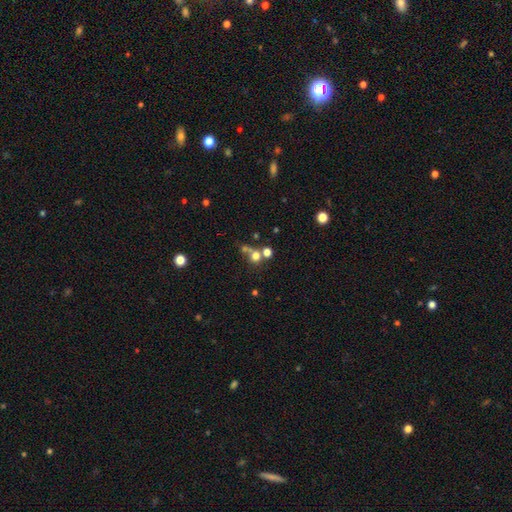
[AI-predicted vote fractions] A smooth galaxy with no disk features (66%) that is round (86%). Merging: none (43%).